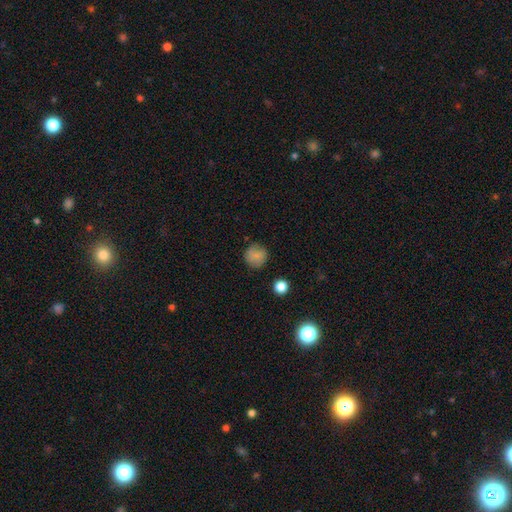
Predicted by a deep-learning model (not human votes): This is clearly a smooth galaxy (81%). How rounded: clearly round (92%). Merging: clearly none (83%).